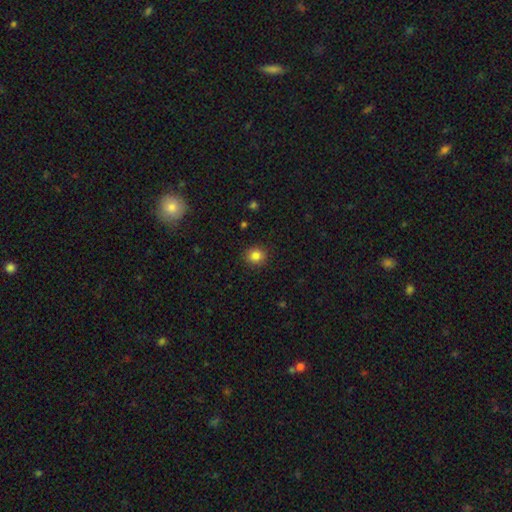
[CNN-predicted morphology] type=smooth (84%); roundness=round (85%); merging=none (91%).